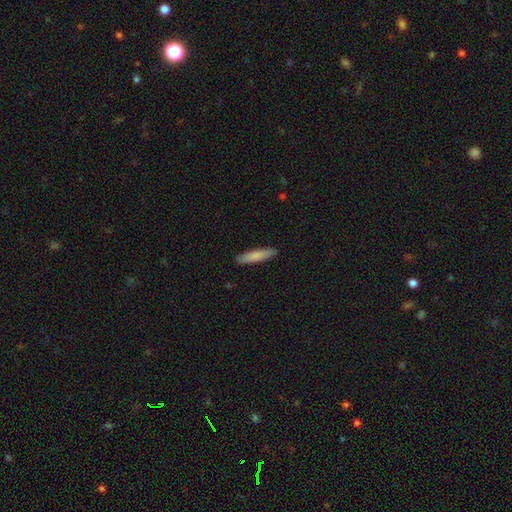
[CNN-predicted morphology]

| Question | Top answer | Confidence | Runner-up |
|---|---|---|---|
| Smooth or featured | smooth | 79% | featured or disk (16%) |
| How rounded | cigar-shaped | 88% | in between (11%) |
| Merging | none | 90% | minor disturbance (8%) |